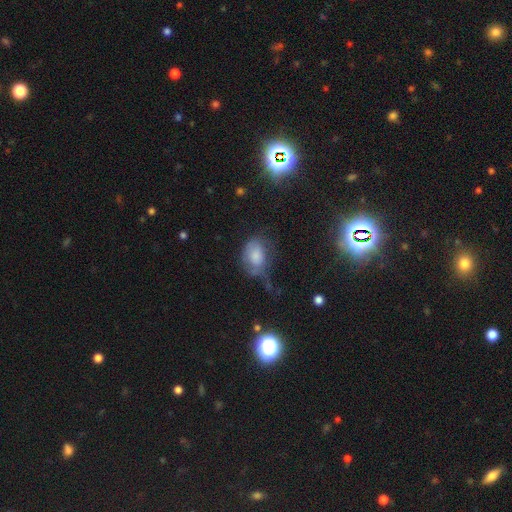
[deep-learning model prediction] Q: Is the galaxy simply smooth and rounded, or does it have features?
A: smooth — 70%.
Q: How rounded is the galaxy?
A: in between — 78%.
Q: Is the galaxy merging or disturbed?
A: none — 33%.